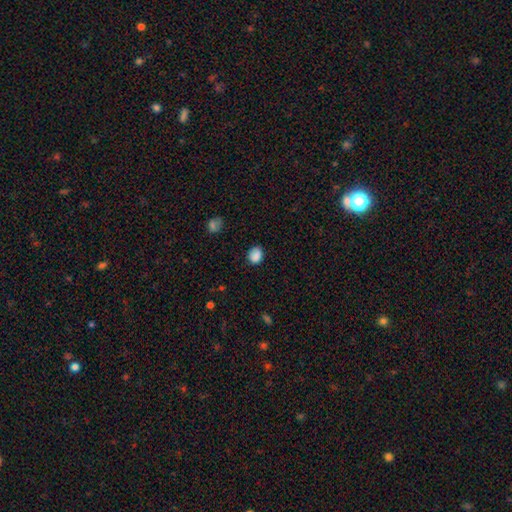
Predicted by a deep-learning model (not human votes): smooth 86%, star or artifact 10%, featured or disk 4%. Down the decision tree: how rounded — round (52%); merging — none (80%).